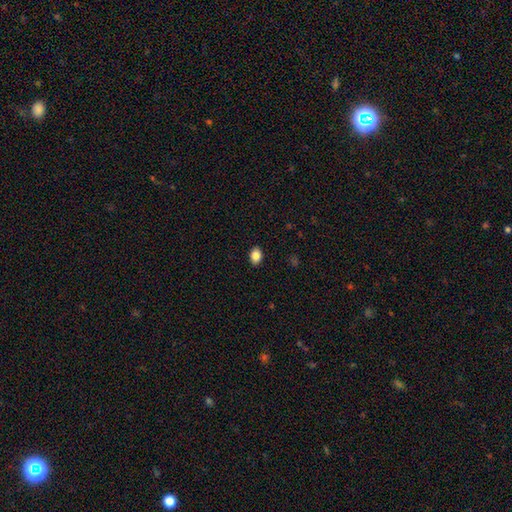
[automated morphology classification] smooth-or-featured: smooth: 85% | star or artifact: 9% | featured or disk: 6%
  how-rounded: in between: 78% | round: 21% | cigar-shaped: 1%
  merging: none: 89% | minor disturbance: 8% | major disturbance: 2% | merger: 1%